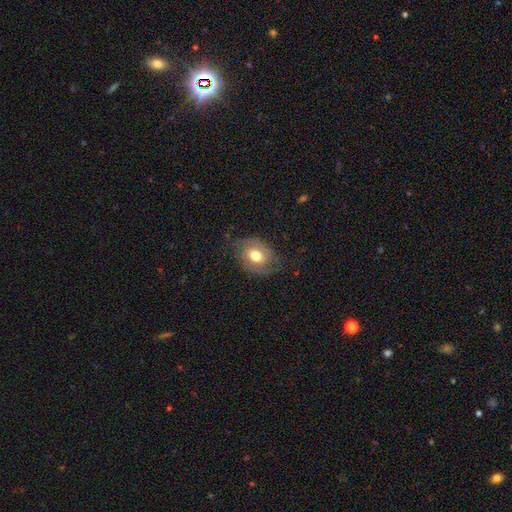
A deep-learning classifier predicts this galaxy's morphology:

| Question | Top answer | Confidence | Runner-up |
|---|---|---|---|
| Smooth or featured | featured or disk | 64% | smooth (29%) |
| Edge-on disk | no | 96% | yes (4%) |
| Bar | no | 60% | weak (31%) |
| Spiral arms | yes | 81% | no (19%) |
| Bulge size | moderate | 68% | large (24%) |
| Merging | none | 71% | minor disturbance (20%) |